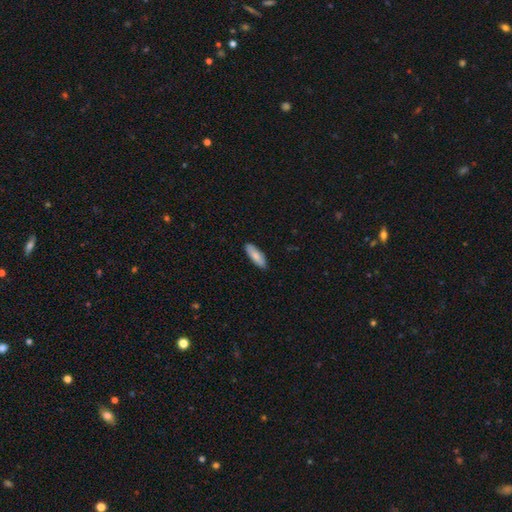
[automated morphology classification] Smooth or featured? smooth (82%)
How rounded? in between (63%)
Merging? none (88%)